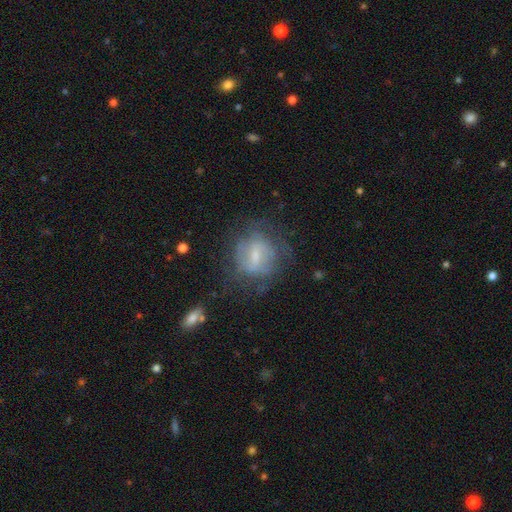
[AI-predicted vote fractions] featured or disk 56%, smooth 35%, star or artifact 9%. Down the decision tree: edge-on disk — no (95%); bar — weak (54%); spiral arms — yes (60%); bulge size — small (55%); merging — none (60%).